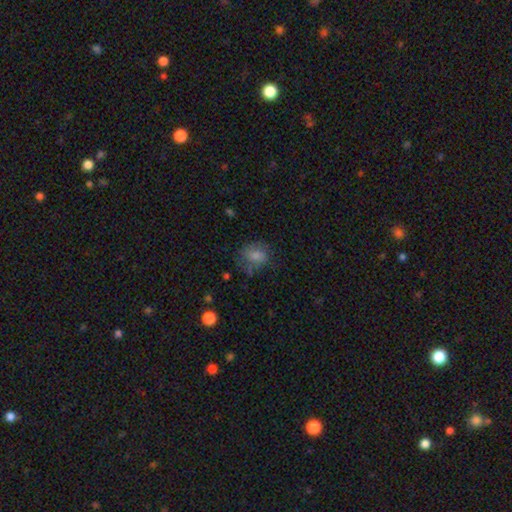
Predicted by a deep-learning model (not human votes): Q: Smooth or featured?
A: smooth (67%); runner-up: featured or disk (18%)
Q: How rounded?
A: round (56%); runner-up: in between (43%)
Q: Merging?
A: none (65%); runner-up: minor disturbance (22%)